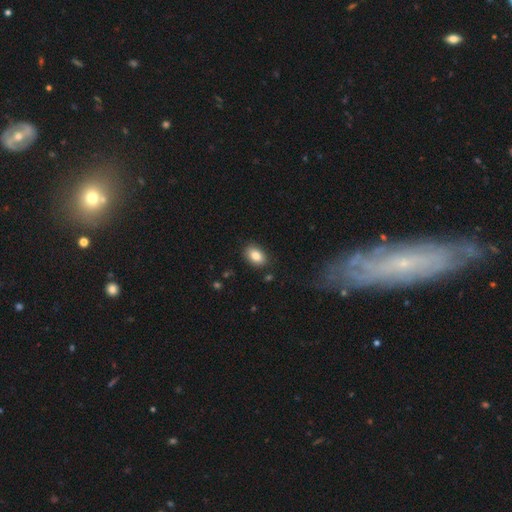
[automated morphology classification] Smooth or featured? Predicted: smooth (p=0.84). How rounded? Predicted: in between (p=0.87). Merging? Predicted: none (p=0.86).